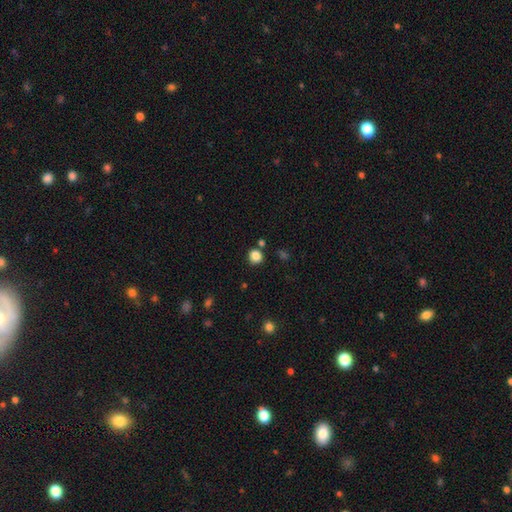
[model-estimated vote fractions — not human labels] This is clearly a smooth galaxy (85%). How rounded: clearly round (84%). Merging: clearly none (81%).